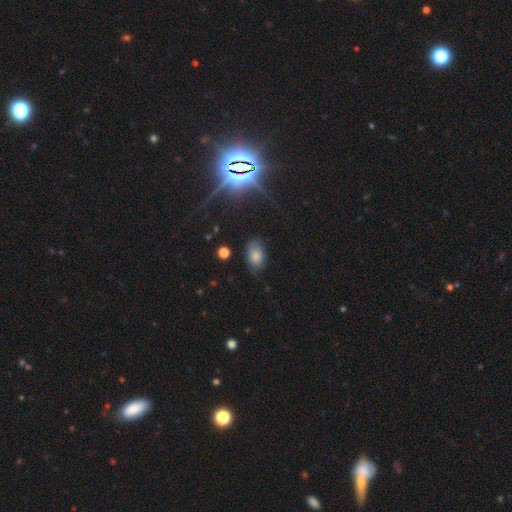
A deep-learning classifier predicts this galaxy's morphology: A smooth galaxy with no disk features (76%) that is in between round and cigar-shaped (88%).

Vote fractions:
- Smooth or featured? smooth: 76% / star or artifact: 14% / featured or disk: 10%
- How rounded? in between: 88% / round: 10% / cigar-shaped: 2%
- Merging? none: 67% / minor disturbance: 25% / major disturbance: 6% / merger: 2%